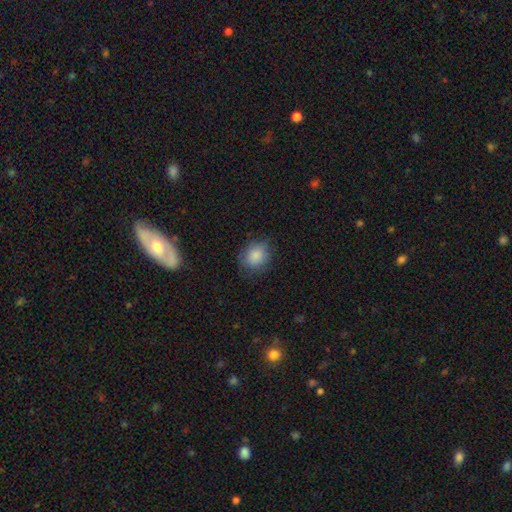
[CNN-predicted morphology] Smooth or featured? smooth (85%)
How rounded? round (66%)
Merging? none (77%)